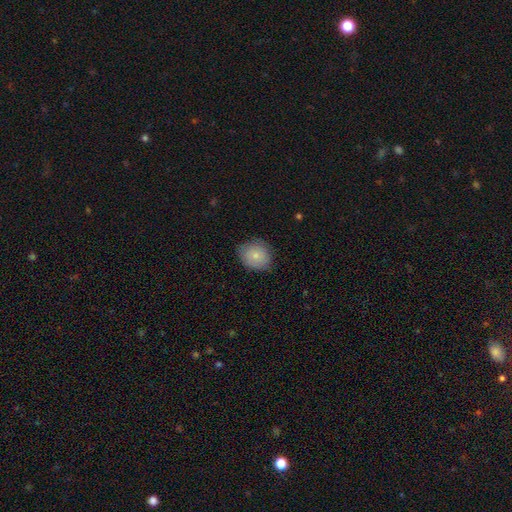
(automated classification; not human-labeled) Overall: smooth (81%). How rounded: round (70%). Merging: none (76%).